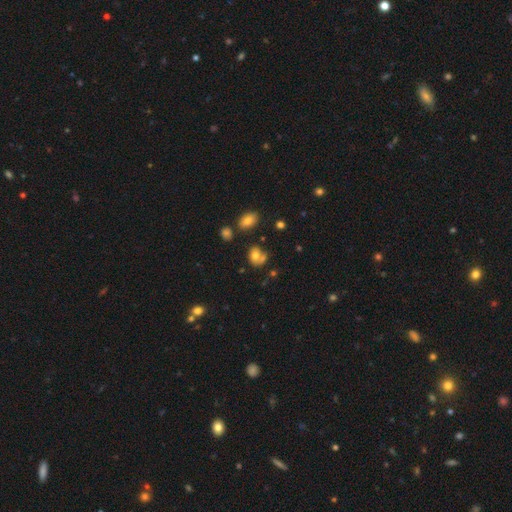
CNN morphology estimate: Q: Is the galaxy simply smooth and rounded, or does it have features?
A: smooth — 67%.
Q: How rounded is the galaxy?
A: in between — 51%.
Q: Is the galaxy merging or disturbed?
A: none — 47%.